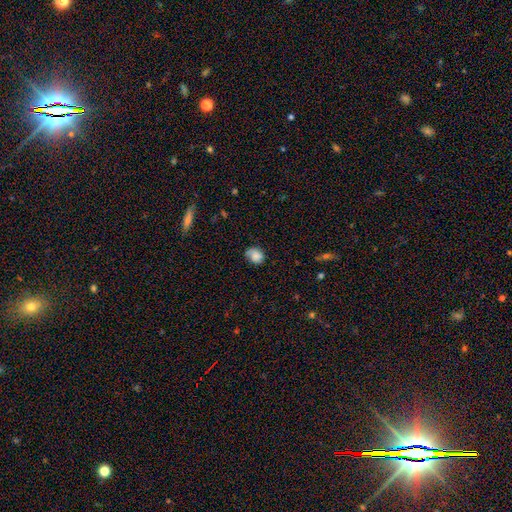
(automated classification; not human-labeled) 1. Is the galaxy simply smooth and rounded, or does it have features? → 75% smooth, 16% featured or disk, 9% star or artifact.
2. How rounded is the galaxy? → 56% in between, 42% round, 1% cigar-shaped.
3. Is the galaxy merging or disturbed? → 60% none, 29% minor disturbance, 9% major disturbance, 2% merger.